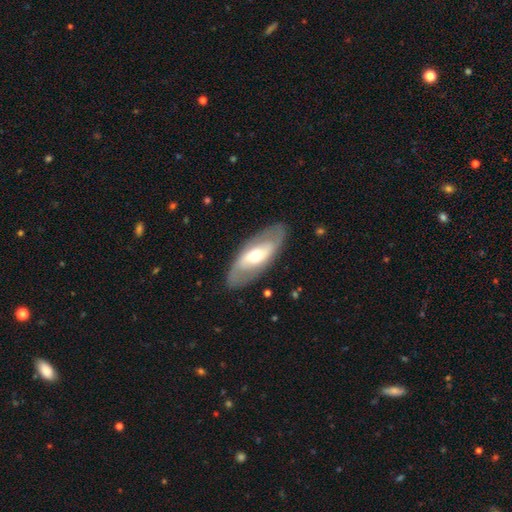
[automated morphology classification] The model was most divided on "bar": no: 38%, weak: 33%, strong: 29%. More confident: edge-on disk — no (86%); merging — none (84%); smooth or featured — featured or disk (62%); bulge size — moderate (62%); spiral arms — yes (58%).